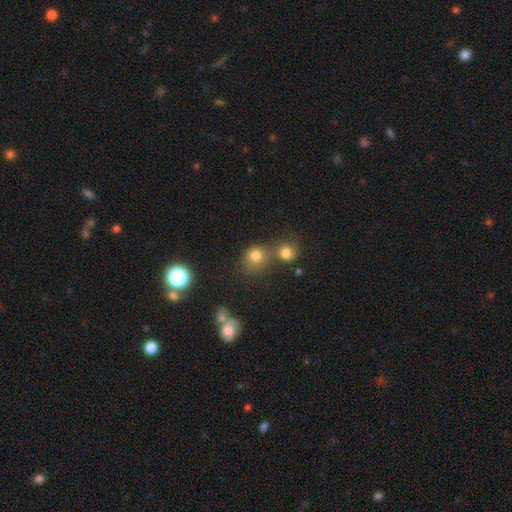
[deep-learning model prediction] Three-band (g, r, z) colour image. It shows a smooth galaxy with no disk features (77%) that is round (82%). Merging: none (50%).